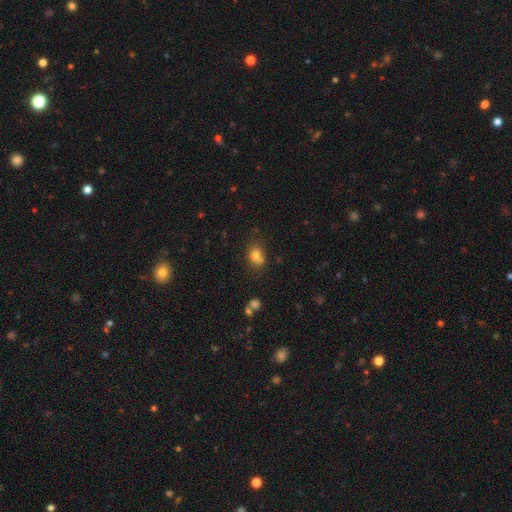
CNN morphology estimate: smooth-or-featured: smooth: 76% | star or artifact: 13% | featured or disk: 11%
  how-rounded: round: 50% | in between: 49% | cigar-shaped: 1%
  merging: none: 48% | merger: 26% | minor disturbance: 19% | major disturbance: 7%